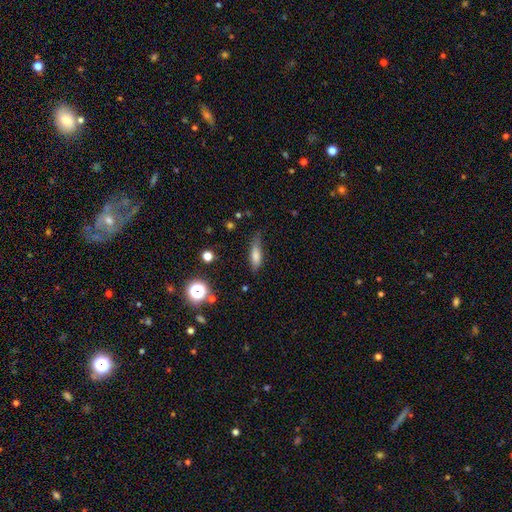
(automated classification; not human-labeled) smooth-or-featured: smooth: 73% | featured or disk: 17% | star or artifact: 10%
  how-rounded: cigar-shaped: 51% | in between: 46% | round: 3%
  merging: none: 60% | minor disturbance: 29% | major disturbance: 8% | merger: 2%